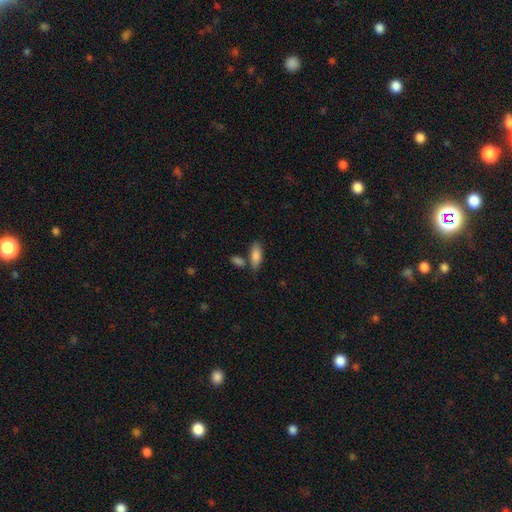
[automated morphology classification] Smooth or featured? smooth (84%)
How rounded? in between (74%)
Merging? none (67%)